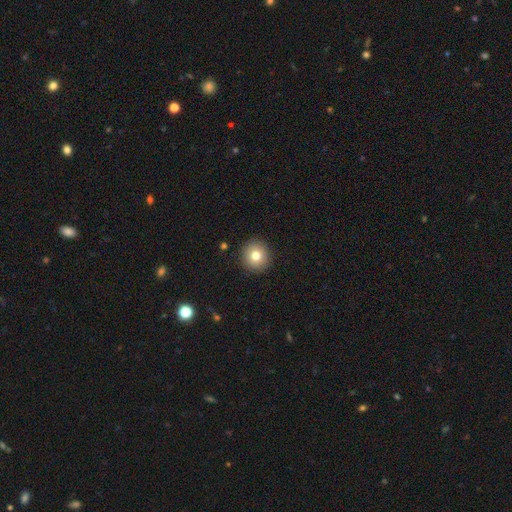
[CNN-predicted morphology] Smooth or featured? Predicted: smooth (p=0.78). How rounded? Predicted: round (p=0.91). Merging? Predicted: none (p=0.91).